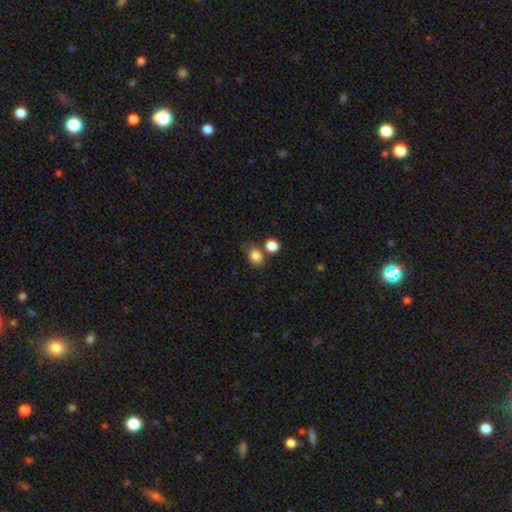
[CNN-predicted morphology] This is clearly a smooth galaxy (84%). How rounded: possibly round (57%). Merging: likely none (64%).